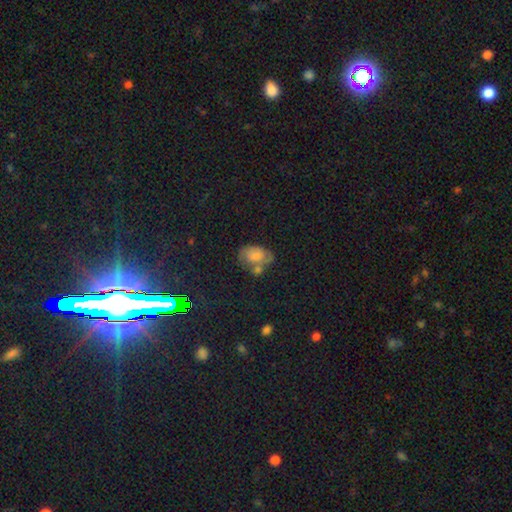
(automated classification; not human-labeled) Smooth or featured? smooth (62%)
How rounded? in between (84%)
Merging? none (41%)